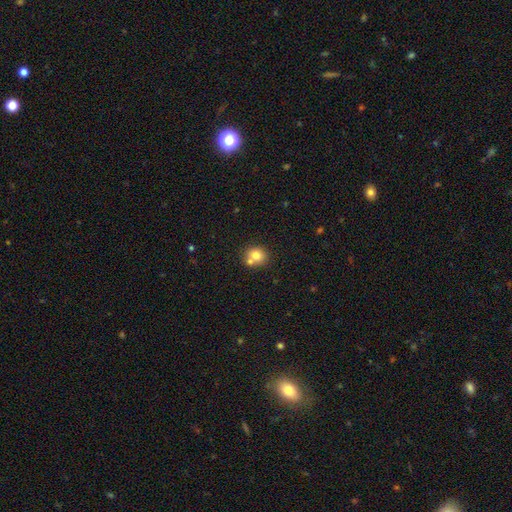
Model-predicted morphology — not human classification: Overall: smooth (77%). How rounded: round (78%). Merging: none (57%; merger 31%).